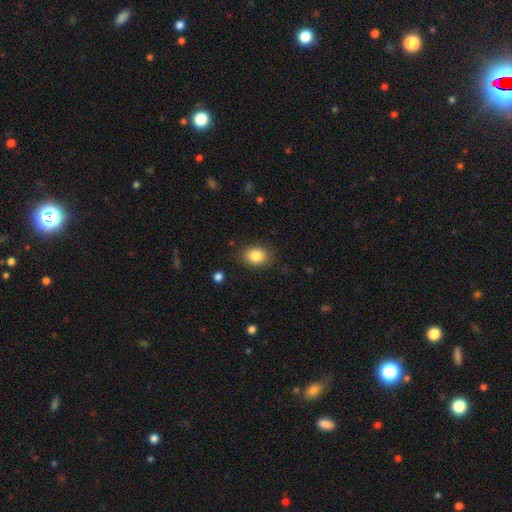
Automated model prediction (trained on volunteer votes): This appears to be a smooth galaxy with no disk features (84%) that is in between round and cigar-shaped (57%). Merging: none (86%).